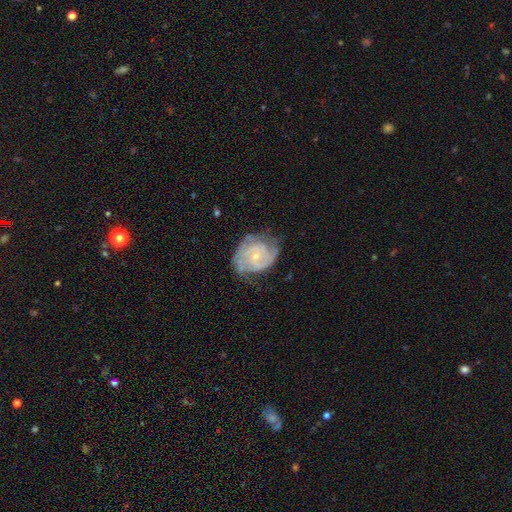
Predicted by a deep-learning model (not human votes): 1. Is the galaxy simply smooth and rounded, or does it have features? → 81% featured or disk, 13% smooth, 6% star or artifact.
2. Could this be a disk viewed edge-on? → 98% no, 2% yes.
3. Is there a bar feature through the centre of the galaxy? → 64% no, 31% weak, 6% strong.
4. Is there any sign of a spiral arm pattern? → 90% yes, 10% no.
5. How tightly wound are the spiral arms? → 56% tight, 34% medium, 11% loose.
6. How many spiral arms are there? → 49% 2, 29% can't tell, 11% 3, 4% 1, 4% 4, 3% more than 4.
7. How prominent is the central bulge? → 68% small, 29% moderate, 2% none, 1% large, 1% dominant.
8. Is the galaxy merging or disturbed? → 58% none, 26% minor disturbance, 14% major disturbance, 2% merger.